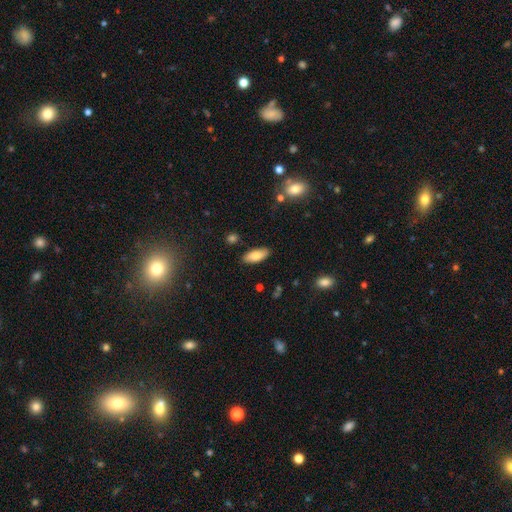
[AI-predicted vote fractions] Smooth or featured?
  - smooth: 82% *
  - featured or disk: 11%
  - star or artifact: 7%
How rounded?
  - in between: 82% *
  - cigar-shaped: 16%
  - round: 2%
Merging?
  - none: 86% *
  - minor disturbance: 10%
  - major disturbance: 2%
  - merger: 2%